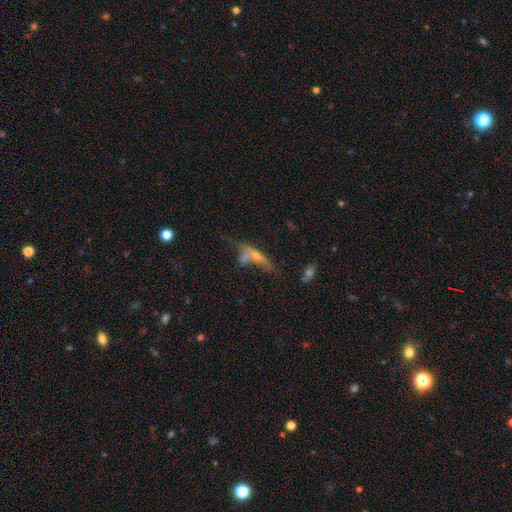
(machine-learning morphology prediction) smooth-or-featured: featured or disk: 45% | smooth: 41% | star or artifact: 14%
  merging: none: 32% | merger: 28% | major disturbance: 21% | minor disturbance: 19%